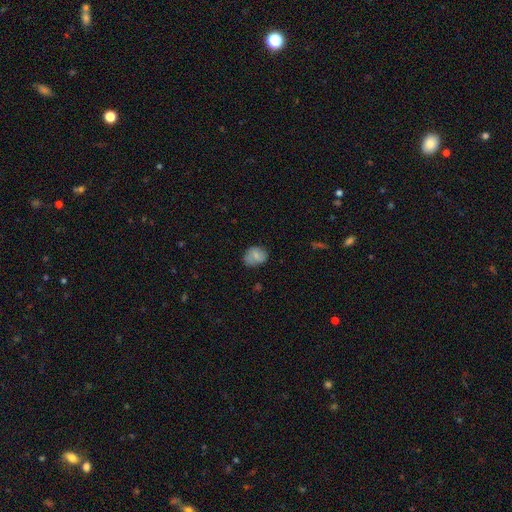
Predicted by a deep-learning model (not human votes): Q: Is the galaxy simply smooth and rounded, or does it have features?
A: smooth — 73%.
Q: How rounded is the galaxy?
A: in between — 50%.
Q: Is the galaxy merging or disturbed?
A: none — 63%.